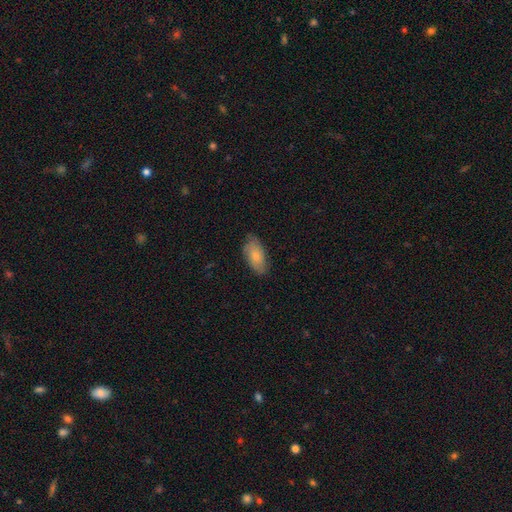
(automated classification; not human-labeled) Smooth or featured? Predicted: smooth (p=0.71). How rounded? Predicted: in between (p=0.92). Merging? Predicted: none (p=0.74).